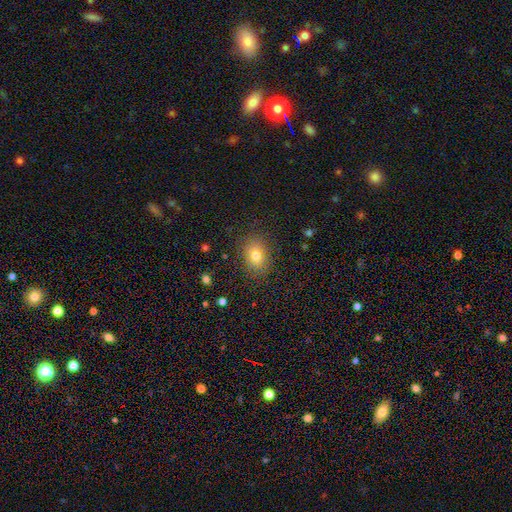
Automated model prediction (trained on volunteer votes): A smooth galaxy with no disk features (77%) that is in between round and cigar-shaped (66%). Merging: none (85%).